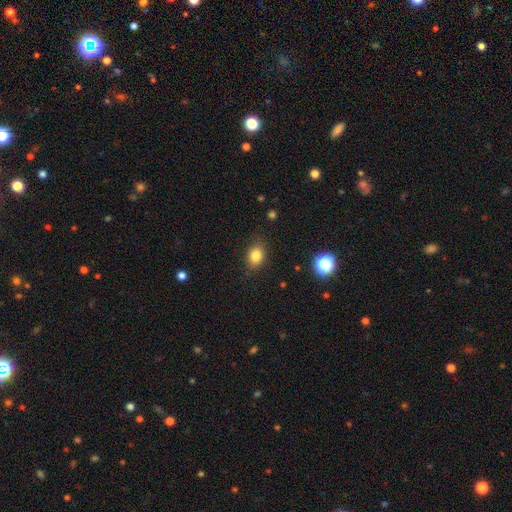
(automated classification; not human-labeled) This appears to be a smooth galaxy with no disk features (82%) that is in between round and cigar-shaped (58%). Merging: none (82%).